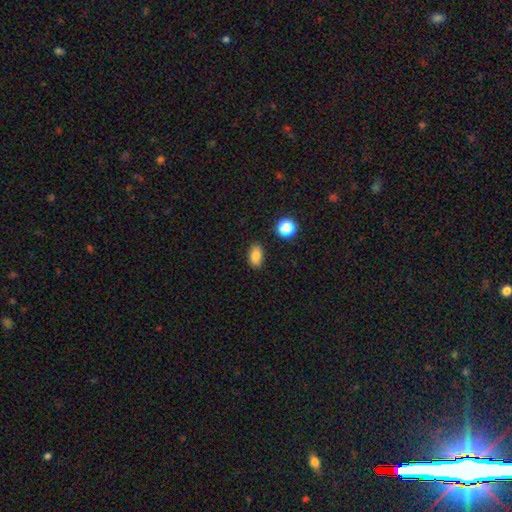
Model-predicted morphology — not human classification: Overall: smooth (84%). How rounded: in between (88%). Merging: none (86%).